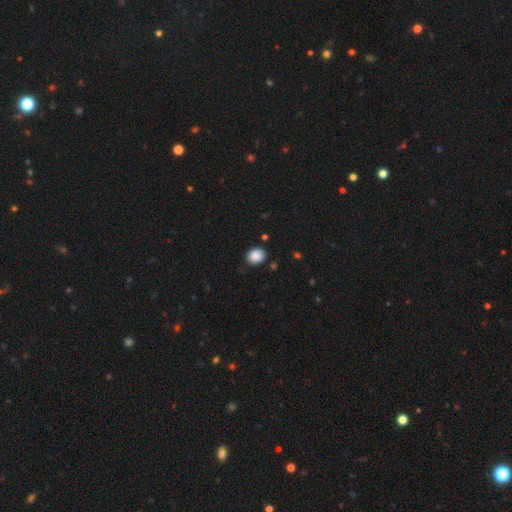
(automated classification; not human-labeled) smooth_or_featured: smooth (p=0.88) [alt: star or artifact p=0.08]
how_rounded: in between (p=0.55) [alt: round p=0.44]
merging: none (p=0.84) [alt: minor disturbance p=0.12]